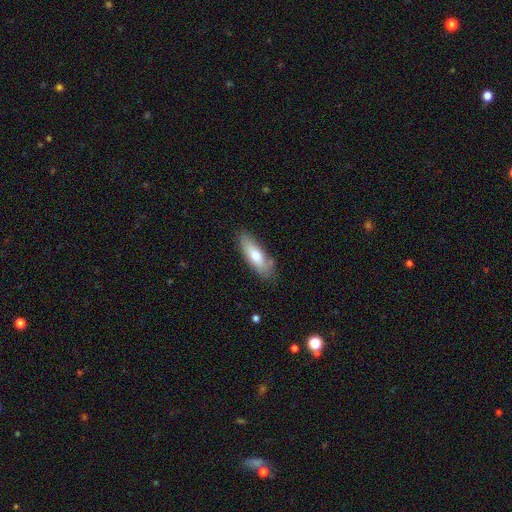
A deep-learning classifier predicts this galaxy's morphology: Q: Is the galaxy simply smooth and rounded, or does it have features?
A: smooth — 69%.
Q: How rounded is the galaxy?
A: in between — 57%.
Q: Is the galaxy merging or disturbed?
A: none — 78%.